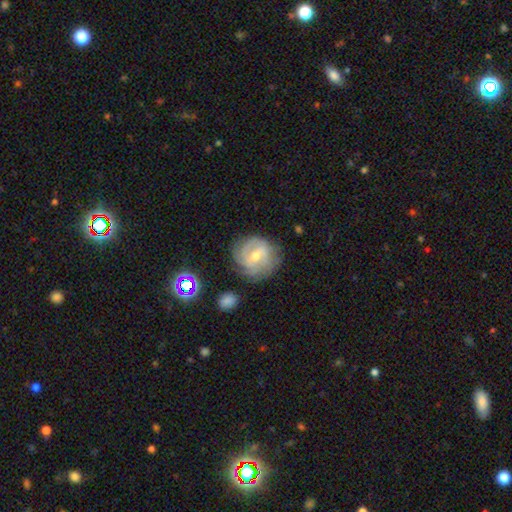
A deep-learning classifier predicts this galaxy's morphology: Smooth or featured? featured or disk (77%)
Edge-on disk? no (97%)
Bar? weak (53%)
Spiral arms? yes (91%)
Spiral winding? tight (57%)
Spiral arm count? can't tell (30%)
Bulge size? moderate (54%)
Merging? none (73%)